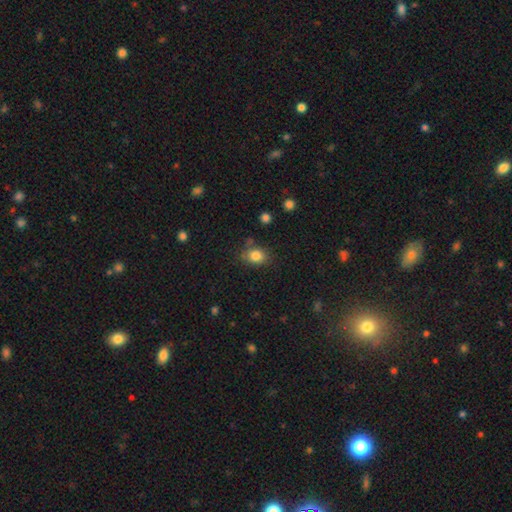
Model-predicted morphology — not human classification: Q: Smooth or featured?
A: smooth (83%); runner-up: star or artifact (11%)
Q: How rounded?
A: in between (57%); runner-up: round (42%)
Q: Merging?
A: none (73%); runner-up: minor disturbance (17%)